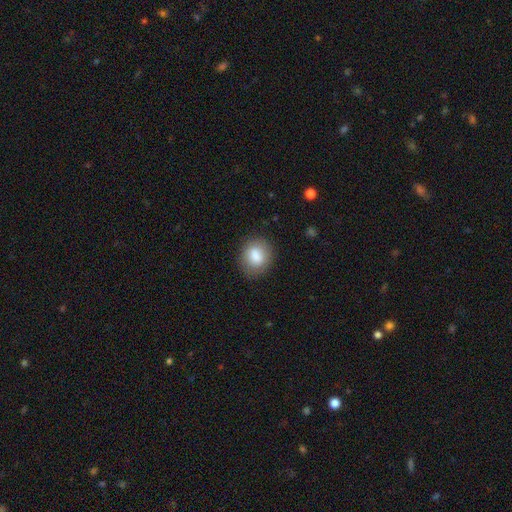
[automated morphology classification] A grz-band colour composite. It shows a smooth galaxy with no disk features (83%) that is round (63%). Merging: none (82%).